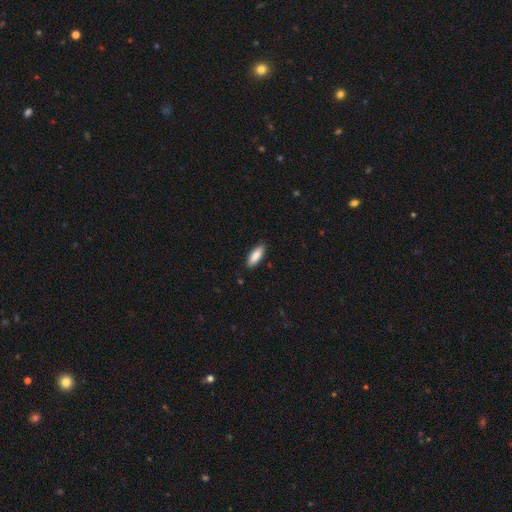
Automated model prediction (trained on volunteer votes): Morphology: type=smooth (87%); roundness=in between (70%); merging=none (88%).